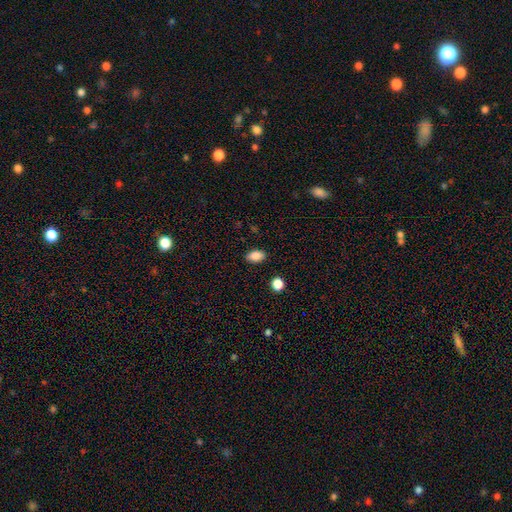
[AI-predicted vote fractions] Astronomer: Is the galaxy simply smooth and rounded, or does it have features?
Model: smooth — 87%.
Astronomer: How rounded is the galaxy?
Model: in between — 89%.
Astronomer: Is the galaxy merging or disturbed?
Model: none — 88%.